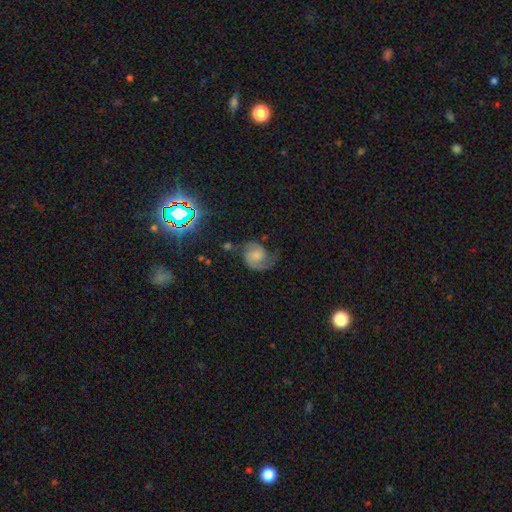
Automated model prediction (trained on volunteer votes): A featured or disk galaxy (63%) with no bar (71%), 2 (69%) medium (43%) spiral arms (92%) and a small central bulge (37%). Merging: none (48%).